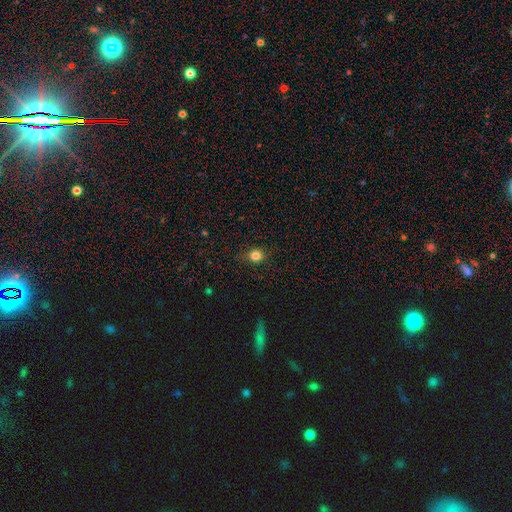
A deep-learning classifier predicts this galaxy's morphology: A smooth galaxy with no disk features (81%) that is round (77%). Merging: none (85%).